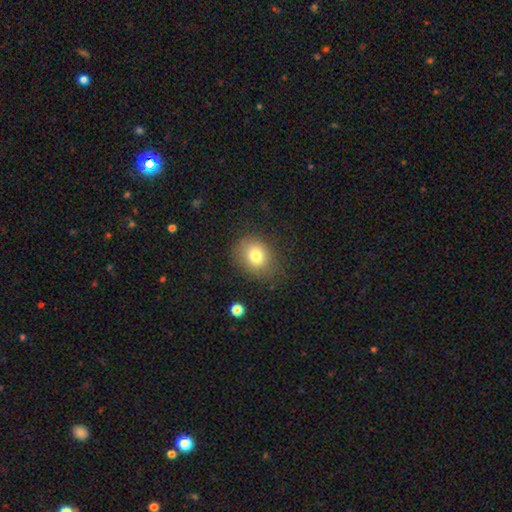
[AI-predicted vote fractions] Smooth or featured? Predicted: smooth (p=0.78). How rounded? Predicted: round (p=0.55). Merging? Predicted: none (p=0.76).